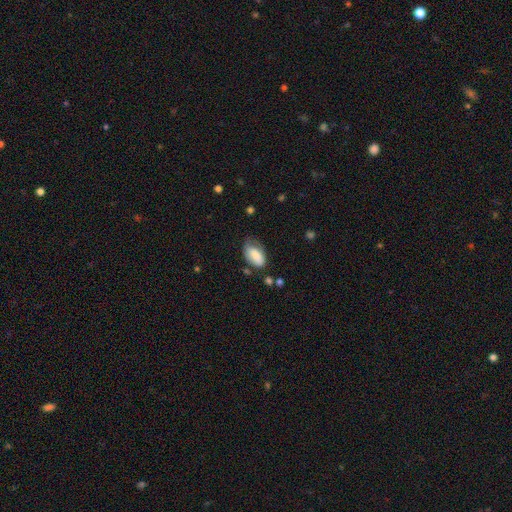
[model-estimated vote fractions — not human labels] Smooth or featured? Predicted: smooth (p=0.80). How rounded? Predicted: in between (p=0.93). Merging? Predicted: none (p=0.41).